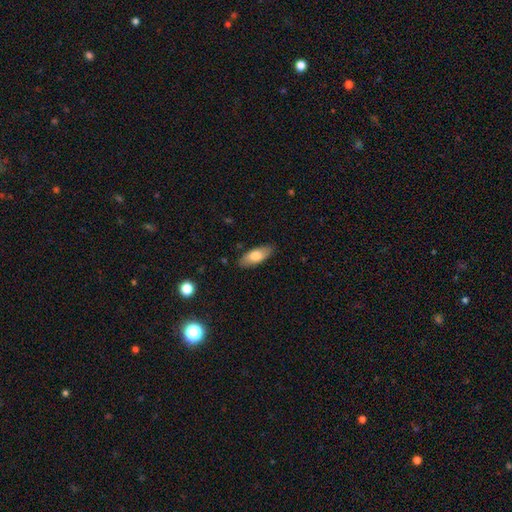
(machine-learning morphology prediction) smooth 77%, featured or disk 17%, star or artifact 6%. Down the decision tree: how rounded — in between (81%); merging — none (86%).